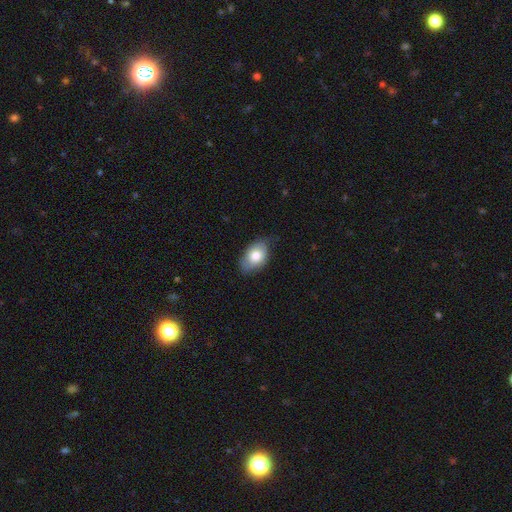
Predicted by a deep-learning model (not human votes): smooth_or_featured: smooth (p=0.73) [alt: featured or disk p=0.21]
how_rounded: in between (p=0.89) [alt: round p=0.10]
merging: none (p=0.66) [alt: minor disturbance p=0.27]